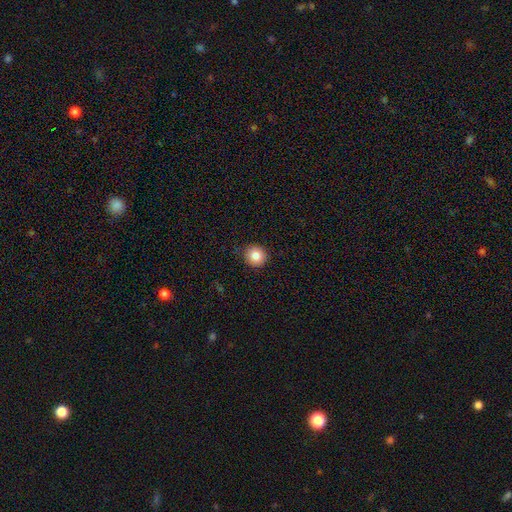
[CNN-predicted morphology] Smooth or featured? Predicted: smooth (p=0.85). How rounded? Predicted: round (p=0.94). Merging? Predicted: none (p=0.90).